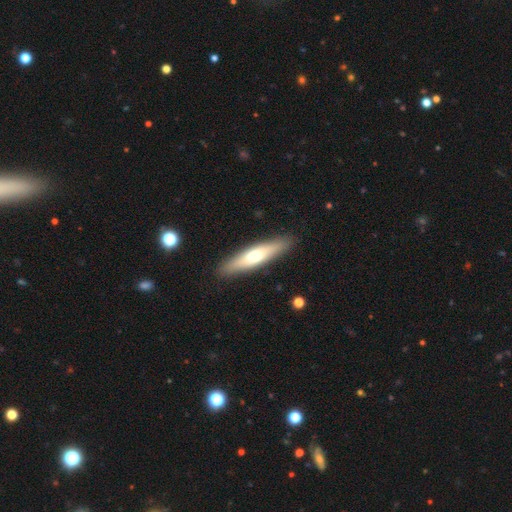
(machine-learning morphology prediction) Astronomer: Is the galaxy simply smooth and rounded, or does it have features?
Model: smooth — 54% (runner-up: featured or disk, 41%).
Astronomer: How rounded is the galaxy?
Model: cigar-shaped — 78%.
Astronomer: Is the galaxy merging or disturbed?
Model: none — 90%.